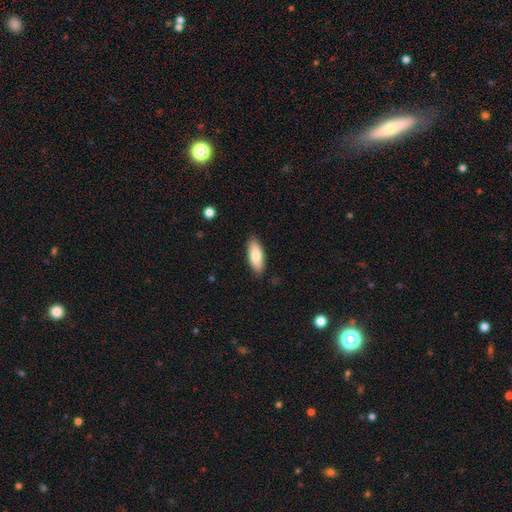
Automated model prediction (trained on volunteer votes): Smooth or featured? Predicted: smooth (p=0.80). How rounded? Predicted: in between (p=0.73). Merging? Predicted: none (p=0.87).